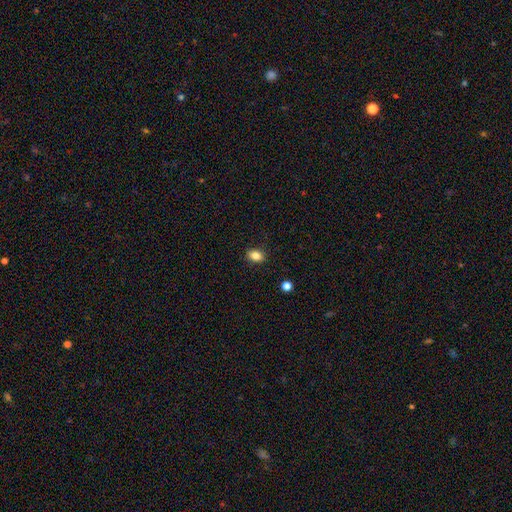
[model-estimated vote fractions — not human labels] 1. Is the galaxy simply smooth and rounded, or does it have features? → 84% smooth, 10% star or artifact, 6% featured or disk.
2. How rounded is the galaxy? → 74% in between, 25% round, 1% cigar-shaped.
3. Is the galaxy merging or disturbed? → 88% none, 9% minor disturbance, 2% major disturbance, 1% merger.